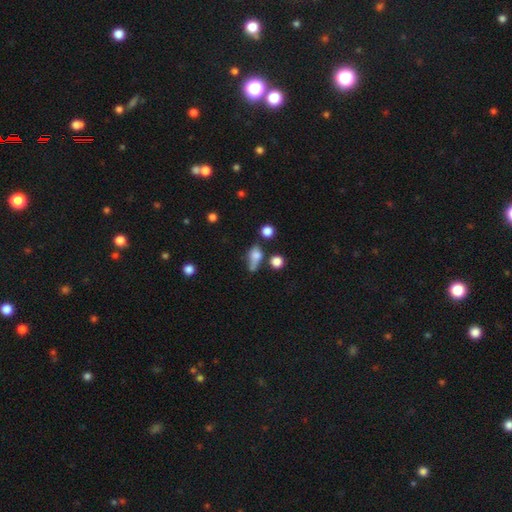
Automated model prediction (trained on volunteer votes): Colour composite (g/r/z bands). It shows a smooth galaxy with no disk features (69%) that is in between round and cigar-shaped (58%). Merging: none (39%).